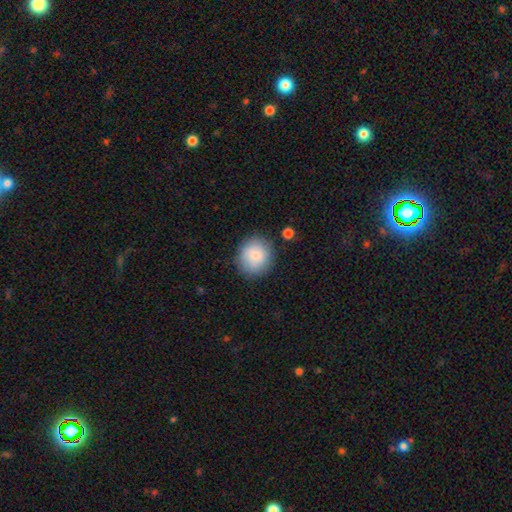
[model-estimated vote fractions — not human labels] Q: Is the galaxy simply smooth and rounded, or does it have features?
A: smooth — 83%.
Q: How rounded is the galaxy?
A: round — 86%.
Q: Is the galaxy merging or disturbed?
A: none — 82%.